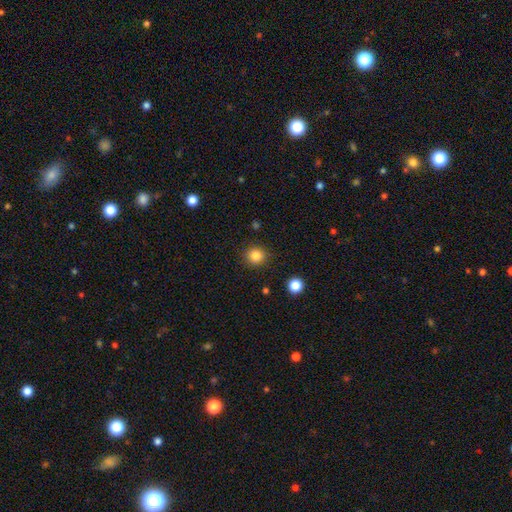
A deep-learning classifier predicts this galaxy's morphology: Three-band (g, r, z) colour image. It shows a smooth galaxy with no disk features (83%) that is round (91%). Merging: none (89%).